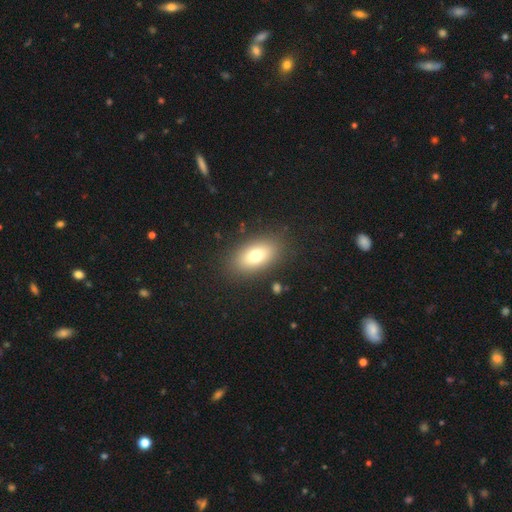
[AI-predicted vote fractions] Morphology: type=smooth (74%); roundness=in between (87%); merging=none (86%).